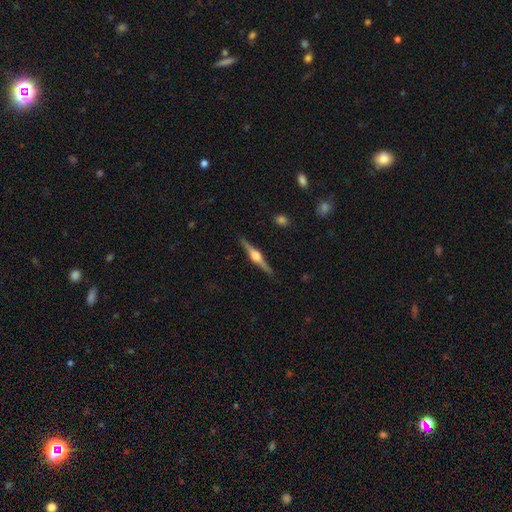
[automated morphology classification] smooth-or-featured: featured or disk: 83% | smooth: 11% | star or artifact: 5%
  disk-edge-on: yes: 98% | no: 2%
    edge-on-bulge: rounded: 92% | boxy: 6% | none: 2%
  merging: none: 91% | minor disturbance: 6% | major disturbance: 1% | merger: 1%